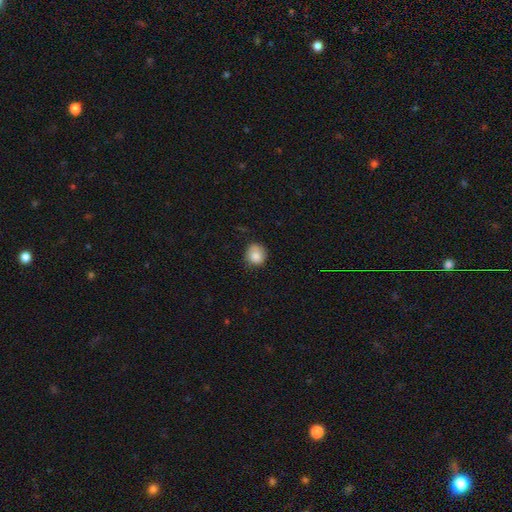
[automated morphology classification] Smooth or featured: smooth — 83% (star or artifact — 9%)
How rounded: round — 81% (in between — 18%)
Merging: none — 67% (minor disturbance — 25%)